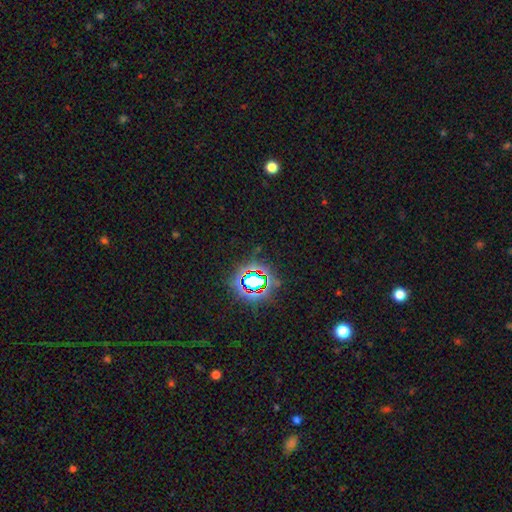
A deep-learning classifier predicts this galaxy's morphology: Smooth or featured? Predicted: star or artifact (p=0.78).